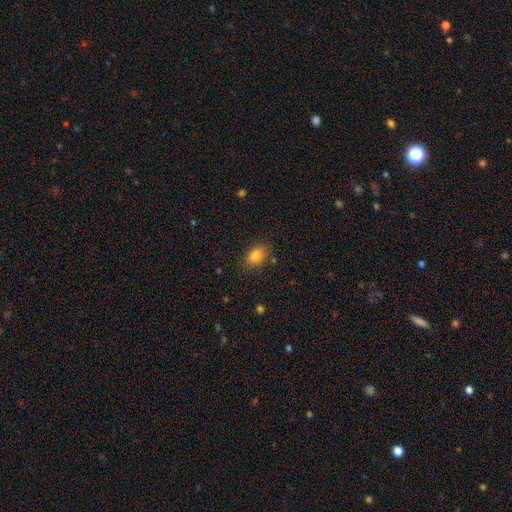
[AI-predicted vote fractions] smooth_or_featured: smooth (p=0.83) [alt: star or artifact p=0.10]
how_rounded: in between (p=0.78) [alt: round p=0.20]
merging: none (p=0.83) [alt: minor disturbance p=0.12]